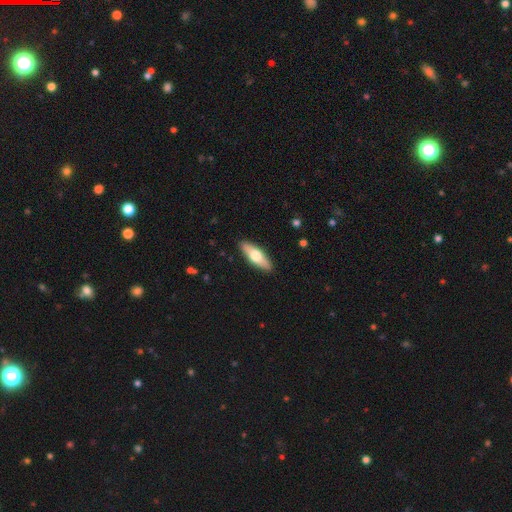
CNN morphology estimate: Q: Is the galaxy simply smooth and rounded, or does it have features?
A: smooth — 58%.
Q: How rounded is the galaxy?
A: in between — 52%.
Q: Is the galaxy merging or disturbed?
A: none — 90%.